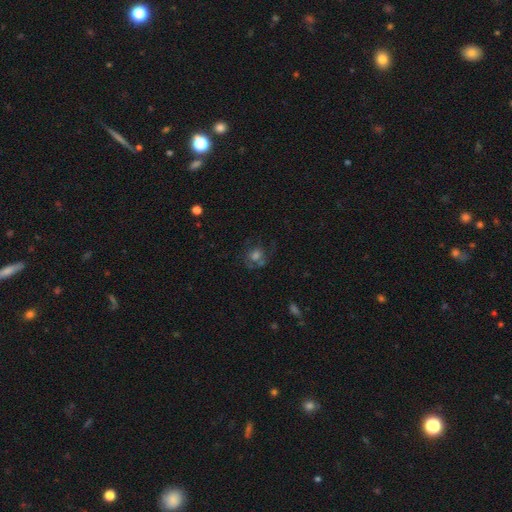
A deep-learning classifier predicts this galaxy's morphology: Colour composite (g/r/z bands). It shows a smooth galaxy with no disk features (41%). Merging: none (57%).